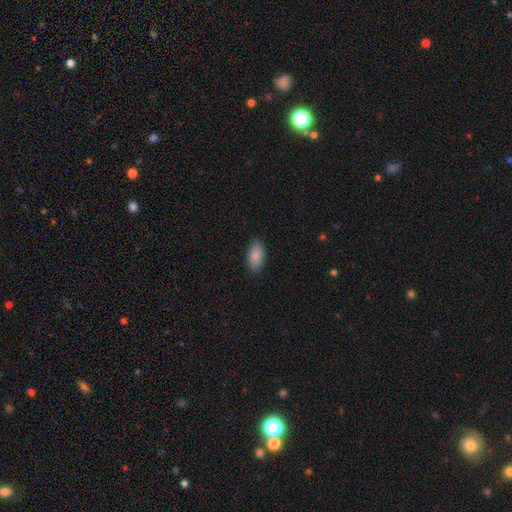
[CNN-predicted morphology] This appears to be a smooth galaxy with no disk features (87%) that is in between round and cigar-shaped (92%). Merging: none (86%).